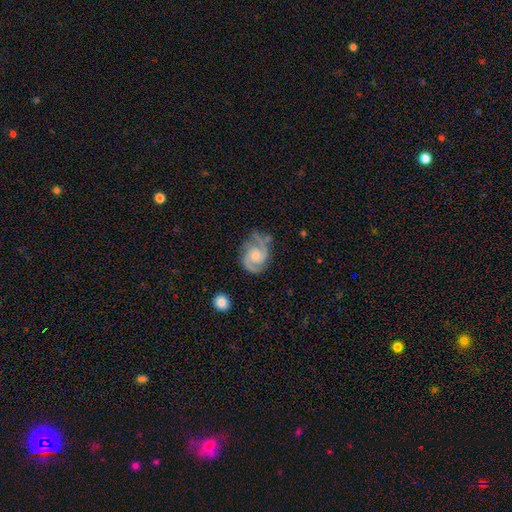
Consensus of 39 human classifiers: Smooth or featured? 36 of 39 (92%) said featured or disk. Edge-on disk? 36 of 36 (100%) said no. Bar? 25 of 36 (69%) said no. Spiral arms? 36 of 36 (100%) said yes. Spiral winding? 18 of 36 (50%) said medium. Spiral arm count? 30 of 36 (83%) said 2. Bulge size? 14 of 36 (39%, tied with small) said moderate. Merging? 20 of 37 (54%) said none.